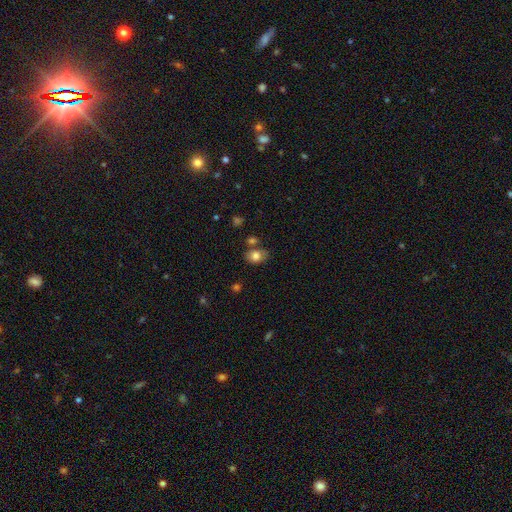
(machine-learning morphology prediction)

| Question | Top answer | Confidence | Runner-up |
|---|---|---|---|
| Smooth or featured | smooth | 78% | featured or disk (12%) |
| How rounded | in between | 64% | round (34%) |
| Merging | none | 58% | minor disturbance (20%) |